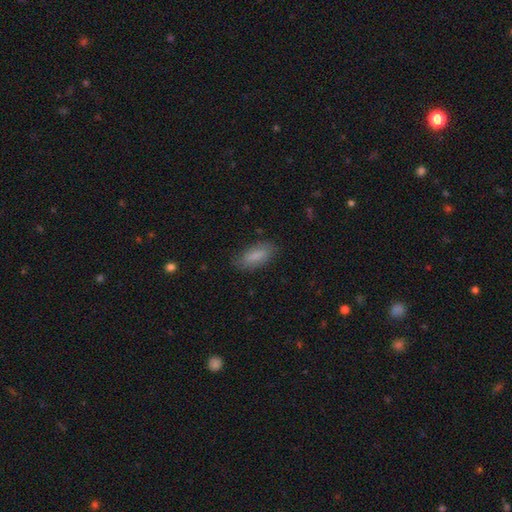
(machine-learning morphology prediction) smooth 82%, featured or disk 11%, star or artifact 7%. Down the decision tree: how rounded — in between (77%); merging — none (80%).